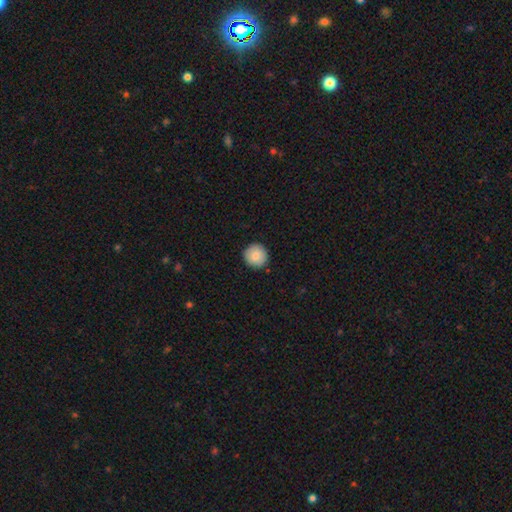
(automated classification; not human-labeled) A smooth galaxy with no disk features (86%) that is round (94%). Merging: none (91%).